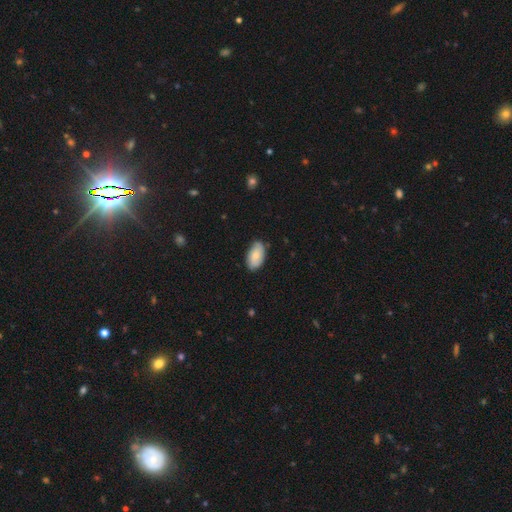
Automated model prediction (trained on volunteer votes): Smooth or featured? smooth (77%)
How rounded? in between (95%)
Merging? none (79%)